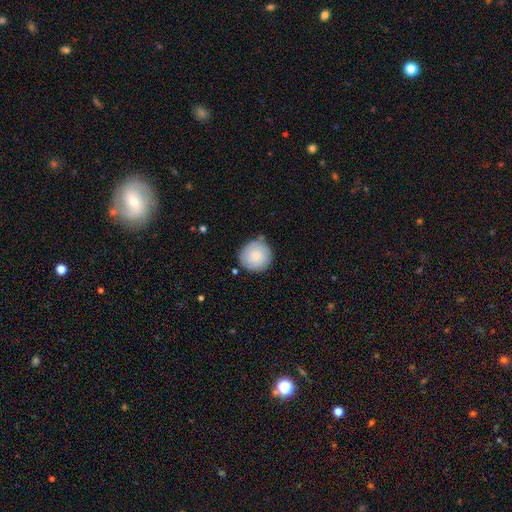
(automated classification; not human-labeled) Overall: smooth (81%). How rounded: round (93%). Merging: none (80%).